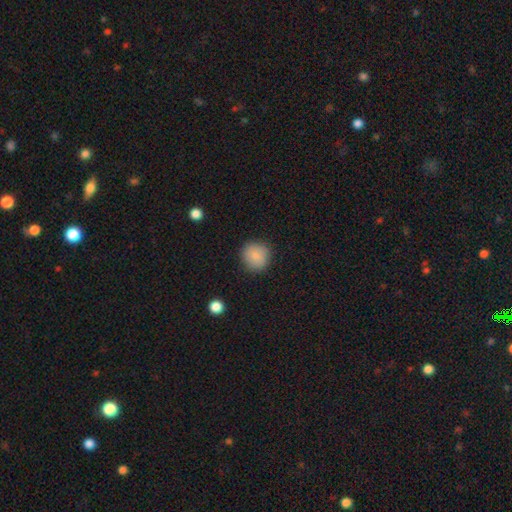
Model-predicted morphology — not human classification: Q: Smooth or featured?
A: smooth (86%); runner-up: star or artifact (9%)
Q: How rounded?
A: round (92%); runner-up: in between (7%)
Q: Merging?
A: none (88%); runner-up: minor disturbance (8%)